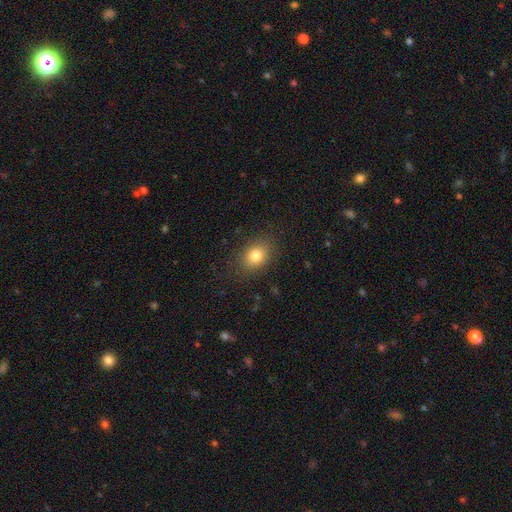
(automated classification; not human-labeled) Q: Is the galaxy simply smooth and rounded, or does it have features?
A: smooth — 80%.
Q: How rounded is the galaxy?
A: in between — 59%.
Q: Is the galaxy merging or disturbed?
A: none — 84%.